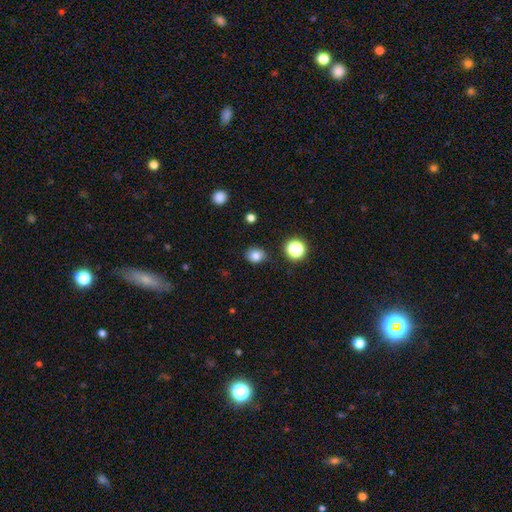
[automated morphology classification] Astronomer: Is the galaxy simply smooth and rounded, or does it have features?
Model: smooth — 81%.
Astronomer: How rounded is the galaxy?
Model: round — 68%.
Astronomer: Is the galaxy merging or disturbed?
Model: none — 85%.